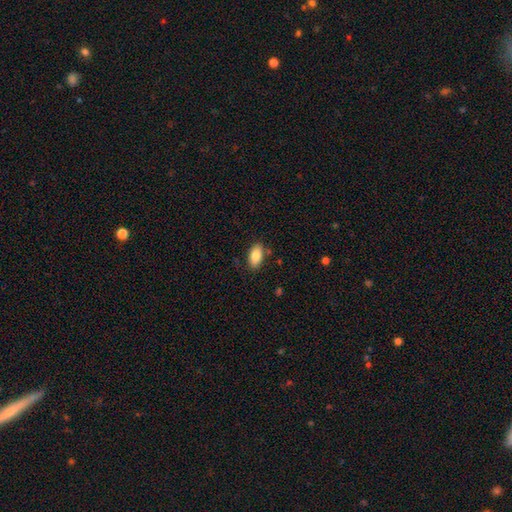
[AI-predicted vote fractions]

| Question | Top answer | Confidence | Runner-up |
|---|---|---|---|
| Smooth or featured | smooth | 83% | featured or disk (10%) |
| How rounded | in between | 93% | cigar-shaped (4%) |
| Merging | none | 84% | minor disturbance (11%) |